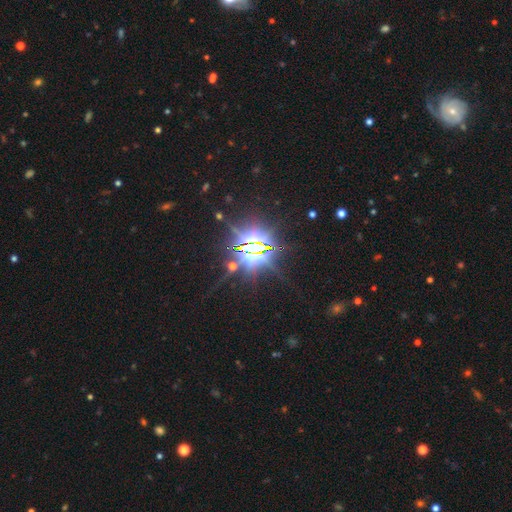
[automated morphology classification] smooth-or-featured: star or artifact: 85% | featured or disk: 9% | smooth: 6%